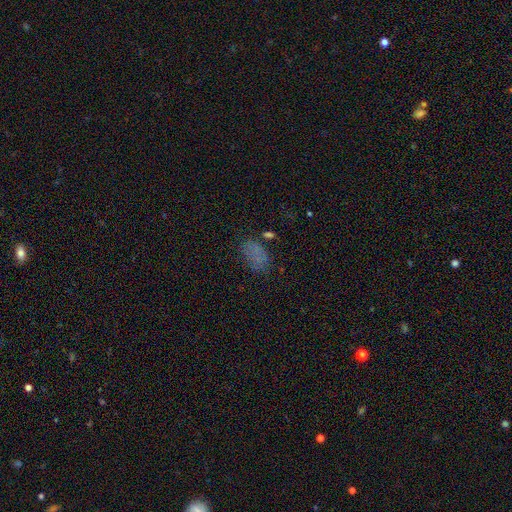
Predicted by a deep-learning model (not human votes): This is likely a smooth galaxy (65%). How rounded: clearly in between (87%). Merging: likely none (68%).